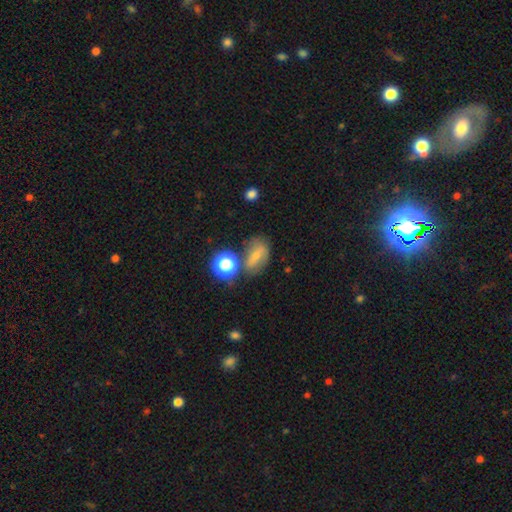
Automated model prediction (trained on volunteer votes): This appears to be a smooth galaxy with no disk features (54%) that is in between round and cigar-shaped (67%). Merging: none (56%).